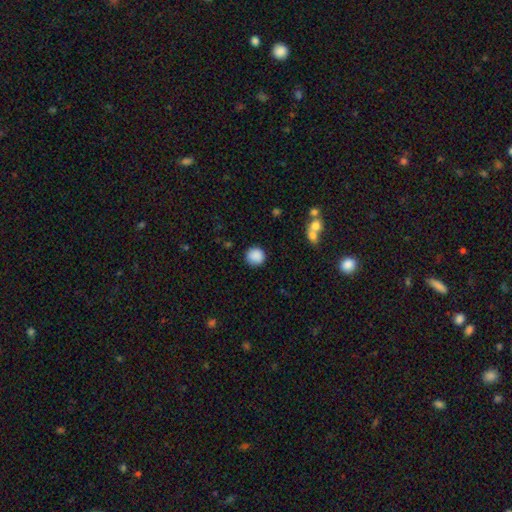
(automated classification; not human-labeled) smooth 88%, star or artifact 8%, featured or disk 3%. Down the decision tree: how rounded — round (92%); merging — none (89%).